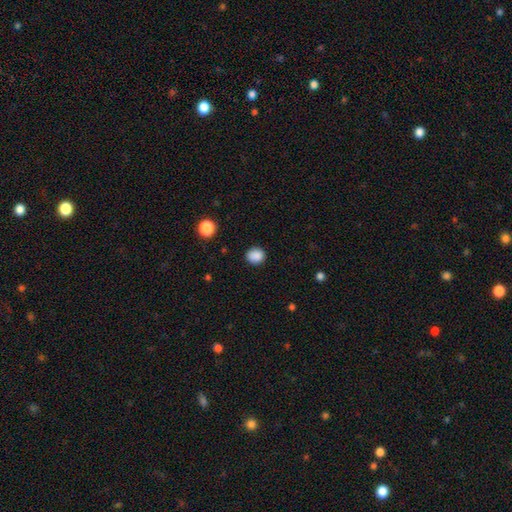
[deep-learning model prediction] Morphology: type=smooth (87%); roundness=round (77%); merging=none (88%).